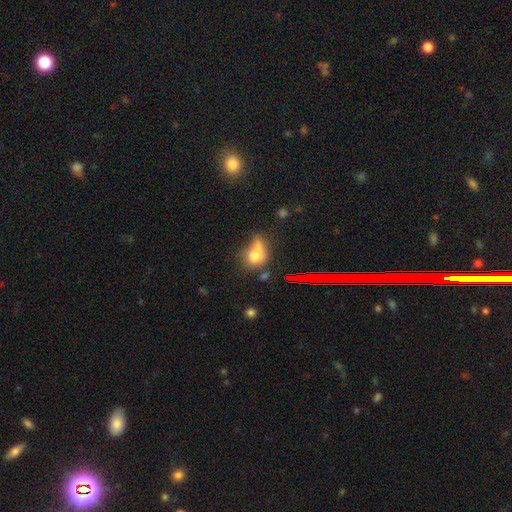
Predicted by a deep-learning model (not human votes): This appears to be a smooth galaxy with no disk features (67%) that is round (50%). Merging: merger (33%).